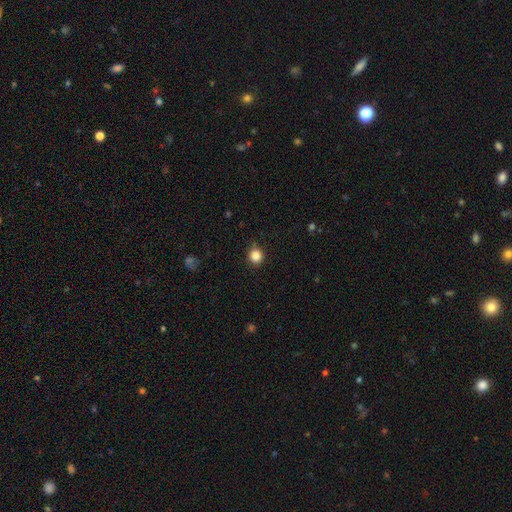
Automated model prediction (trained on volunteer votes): Smooth or featured? smooth (86%)
How rounded? round (89%)
Merging? none (86%)